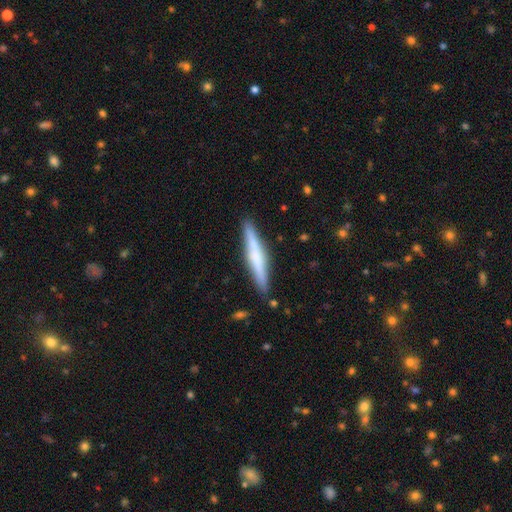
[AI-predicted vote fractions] smooth_or_featured: smooth (p=0.50) [alt: featured or disk p=0.44]
merging: none (p=0.87) [alt: minor disturbance p=0.09]